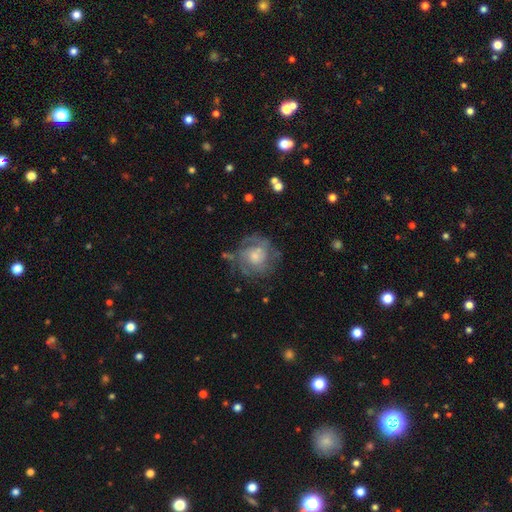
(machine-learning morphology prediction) This appears to be a featured or disk galaxy (63%) with no bar (79%), spiral arms (69%) and a moderate central bulge (45%). Merging: none (60%).